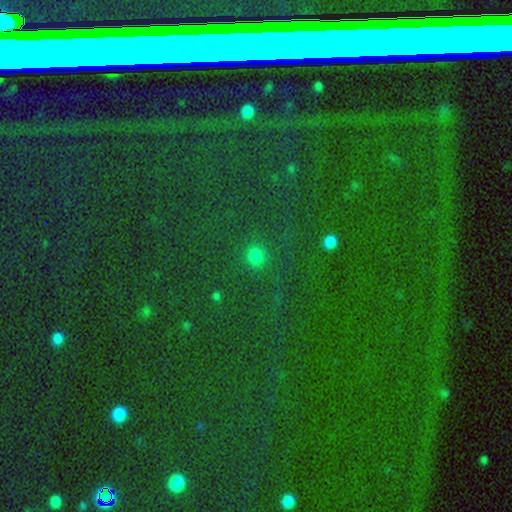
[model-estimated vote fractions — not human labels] Smooth or featured? smooth (59%)
How rounded? round (87%)
Merging? none (81%)